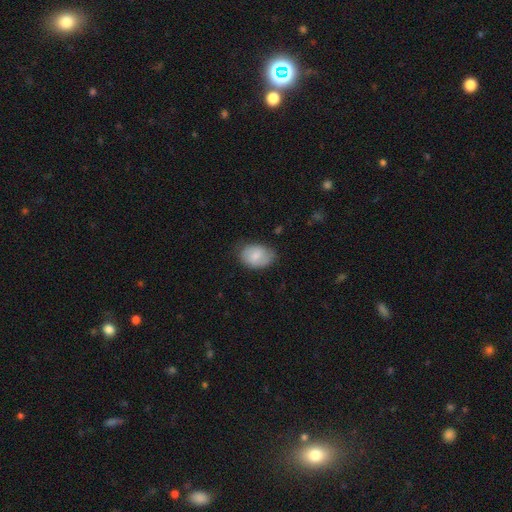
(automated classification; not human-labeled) Smooth or featured: smooth — 65% (featured or disk — 28%)
How rounded: in between — 79% (round — 20%)
Merging: none — 71% (minor disturbance — 23%)